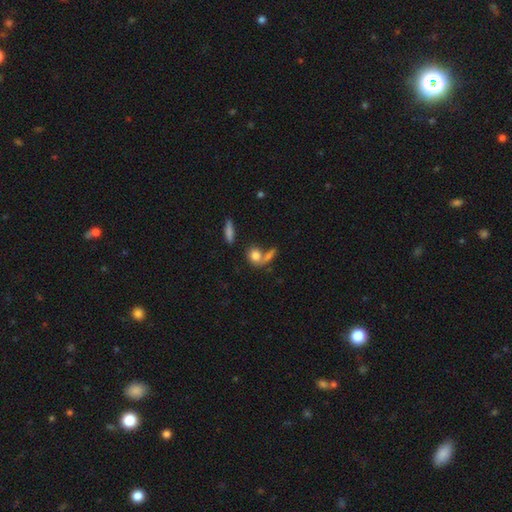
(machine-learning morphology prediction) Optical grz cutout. It shows a smooth galaxy with no disk features (77%) that is round (52%). Merging: none (43%).